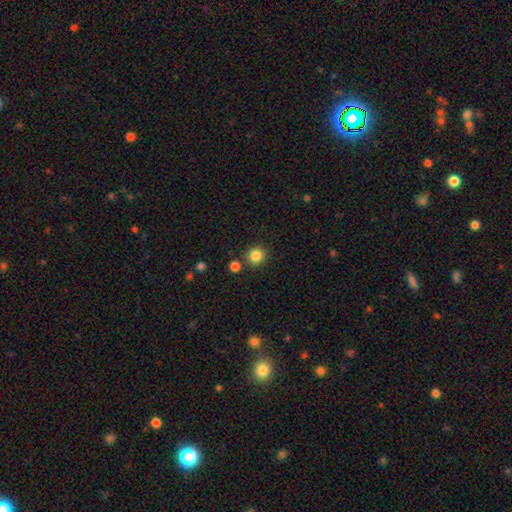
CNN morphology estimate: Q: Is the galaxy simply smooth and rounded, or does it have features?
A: smooth — 84%.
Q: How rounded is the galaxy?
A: round — 92%.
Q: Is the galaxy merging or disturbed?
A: none — 85%.